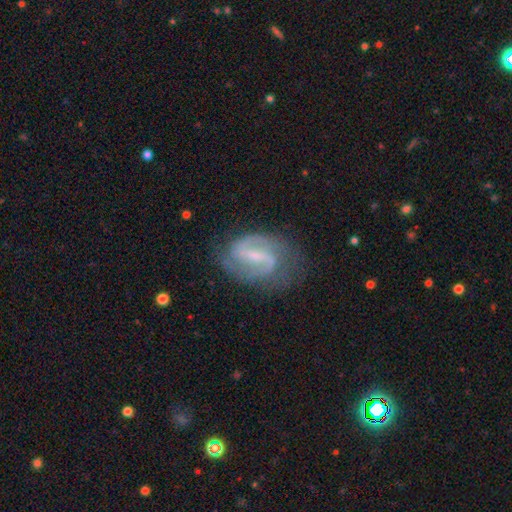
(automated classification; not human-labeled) This is clearly a featured or disk galaxy (86%). It is clearly not viewed edge-on (97%). Bar: possibly weak (48%). Spiral arm pattern: clearly yes (95%). Spiral arm count: clearly 2 (87%). Spiral winding: possibly medium (50%). Central bulge: possibly small (55%). Merging: likely none (72%).